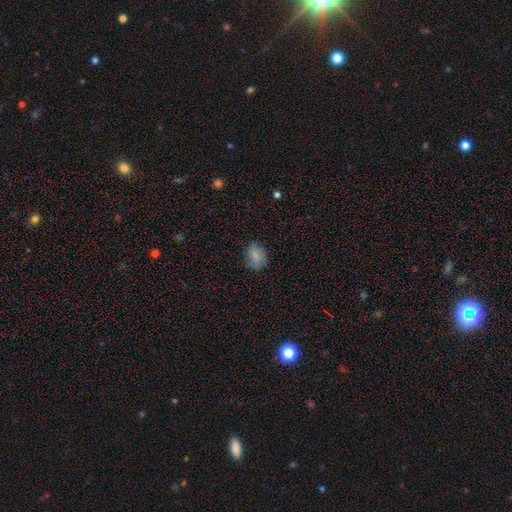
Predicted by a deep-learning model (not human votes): Overall: smooth (83%). How rounded: in between (54%; round 45%). Merging: none (77%).